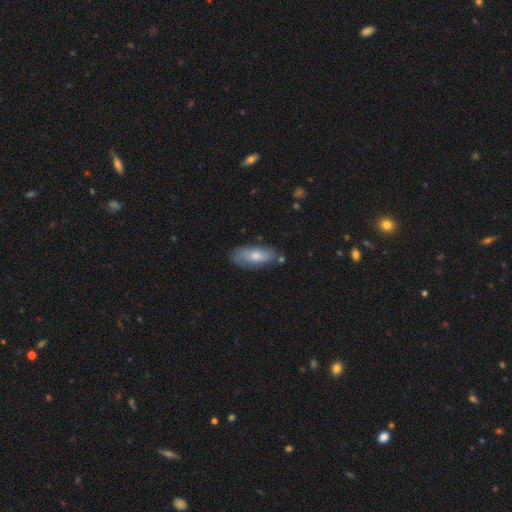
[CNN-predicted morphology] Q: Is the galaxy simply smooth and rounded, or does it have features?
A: smooth — 64%.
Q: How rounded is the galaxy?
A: in between — 78%.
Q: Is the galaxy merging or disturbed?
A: none — 72%.